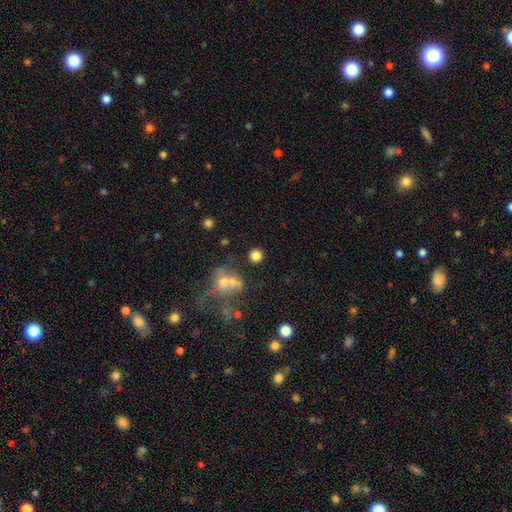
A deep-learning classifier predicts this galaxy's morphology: Smooth or featured: smooth — 79% (star or artifact — 13%)
How rounded: round — 90% (in between — 9%)
Merging: none — 78% (merger — 11%)